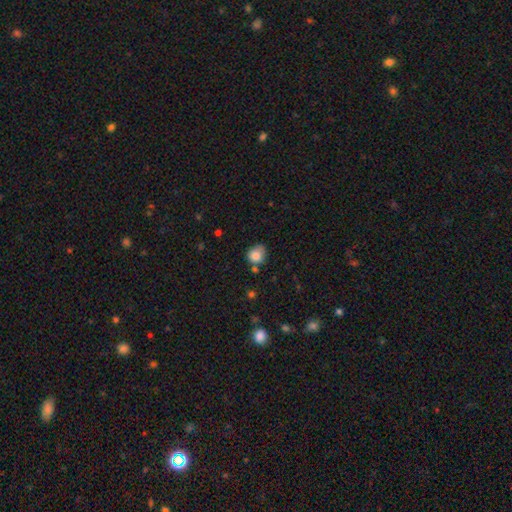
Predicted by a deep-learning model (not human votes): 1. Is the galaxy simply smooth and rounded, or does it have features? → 84% smooth, 10% star or artifact, 7% featured or disk.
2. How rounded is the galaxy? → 74% round, 26% in between, 1% cigar-shaped.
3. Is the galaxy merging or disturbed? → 58% none, 27% minor disturbance, 8% merger, 6% major disturbance.